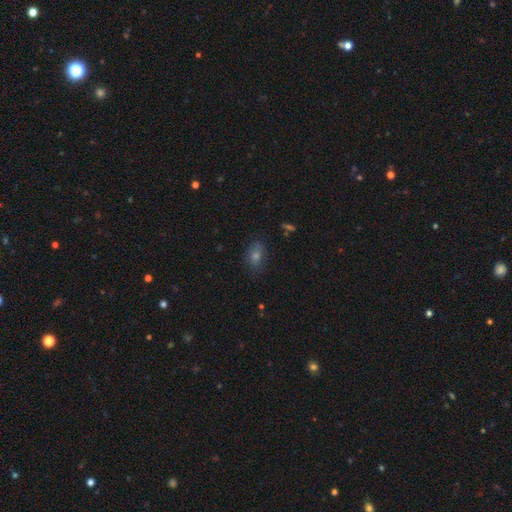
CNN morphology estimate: Smooth or featured?
  - smooth: 58% *
  - star or artifact: 26%
  - featured or disk: 16%
How rounded?
  - in between: 74% *
  - round: 24%
  - cigar-shaped: 3%
Merging?
  - none: 80% *
  - minor disturbance: 14%
  - major disturbance: 4%
  - merger: 2%